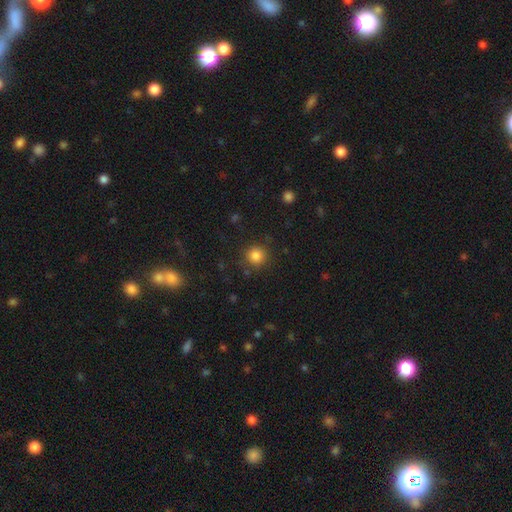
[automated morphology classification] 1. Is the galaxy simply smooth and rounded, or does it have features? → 84% smooth, 12% star or artifact, 4% featured or disk.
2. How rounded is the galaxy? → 93% round, 6% in between, 1% cigar-shaped.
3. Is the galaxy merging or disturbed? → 86% none, 8% minor disturbance, 3% major disturbance, 2% merger.